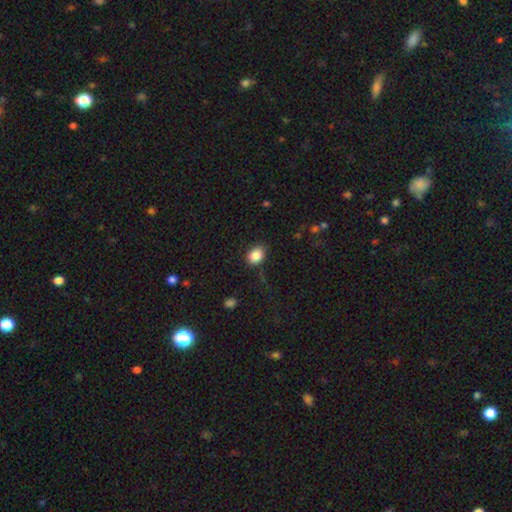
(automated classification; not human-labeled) smooth 86%, star or artifact 9%, featured or disk 5%. Down the decision tree: how rounded — in between (64%); merging — none (77%).